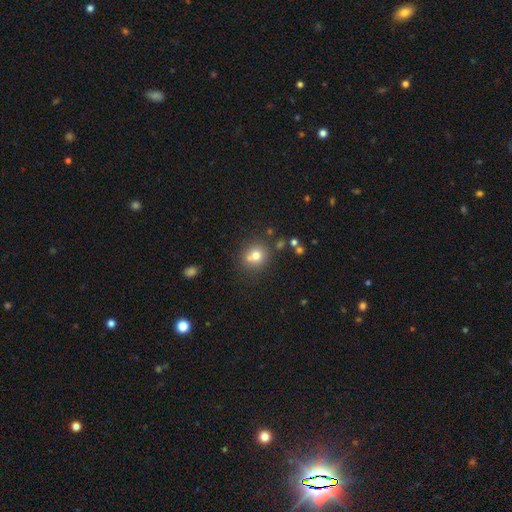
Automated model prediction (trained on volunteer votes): Smooth or featured? Predicted: smooth (p=0.74). How rounded? Predicted: round (p=0.83). Merging? Predicted: none (p=0.67).